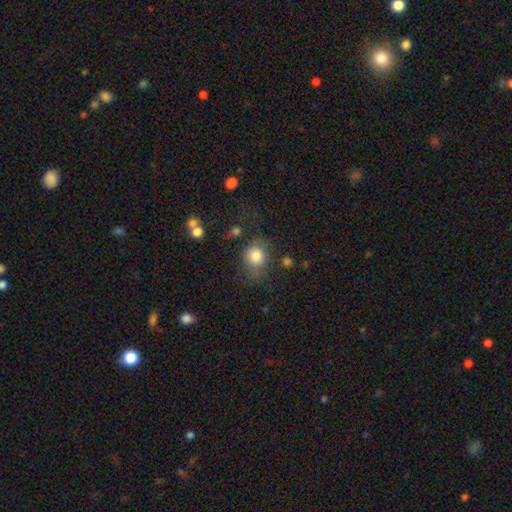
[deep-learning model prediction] This is clearly a smooth galaxy (80%). How rounded: likely round (68%). Merging: likely none (61%).